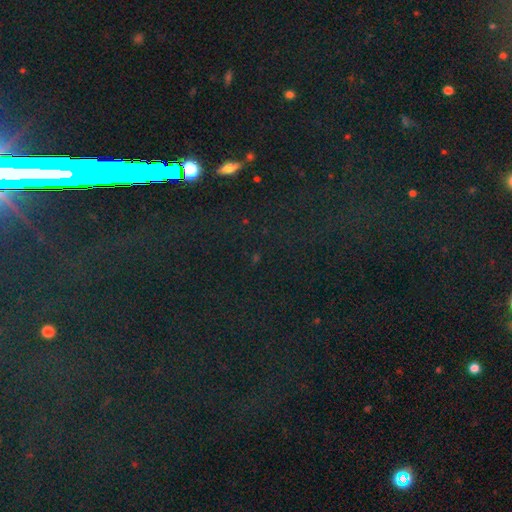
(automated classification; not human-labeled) A star or artifact, not a galaxy (79%).